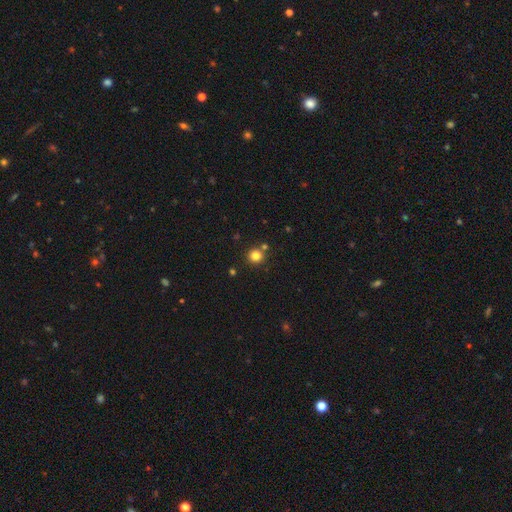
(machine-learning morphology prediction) Overall: smooth (82%). How rounded: round (93%). Merging: none (80%).